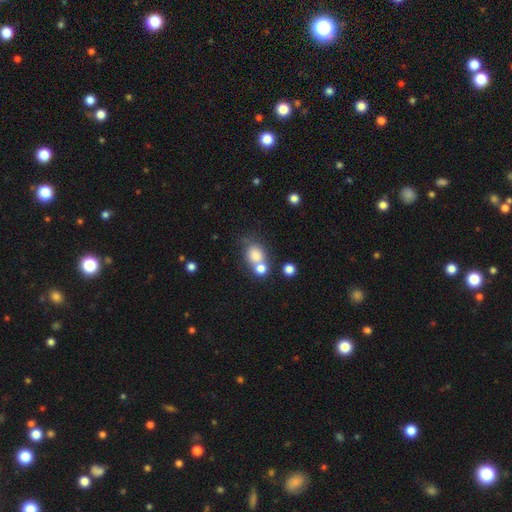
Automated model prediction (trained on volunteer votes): This appears to be a smooth galaxy with no disk features (78%) that is round (69%). Merging: merger (44%).